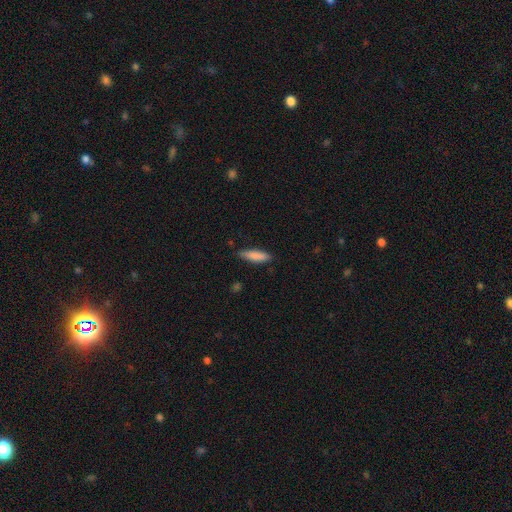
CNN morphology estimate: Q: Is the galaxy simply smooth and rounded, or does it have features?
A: smooth — 84%.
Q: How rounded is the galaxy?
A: cigar-shaped — 68%.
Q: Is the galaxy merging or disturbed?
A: none — 83%.